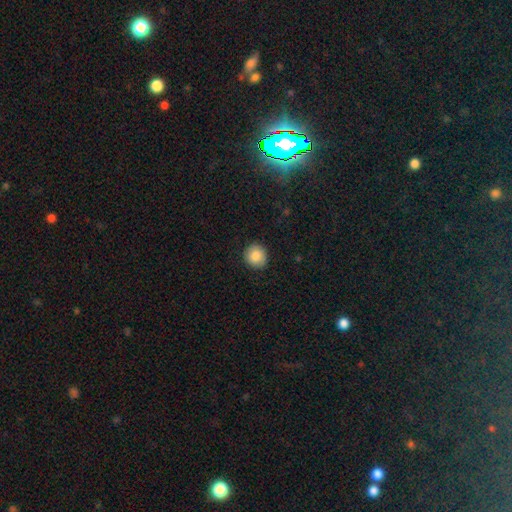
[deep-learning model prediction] A smooth galaxy with no disk features (86%) that is round (89%).

Vote fractions:
- Smooth or featured? smooth: 86% / star or artifact: 8% / featured or disk: 6%
- How rounded? round: 89% / in between: 10% / cigar-shaped: 1%
- Merging? none: 89% / minor disturbance: 8% / major disturbance: 2% / merger: 1%